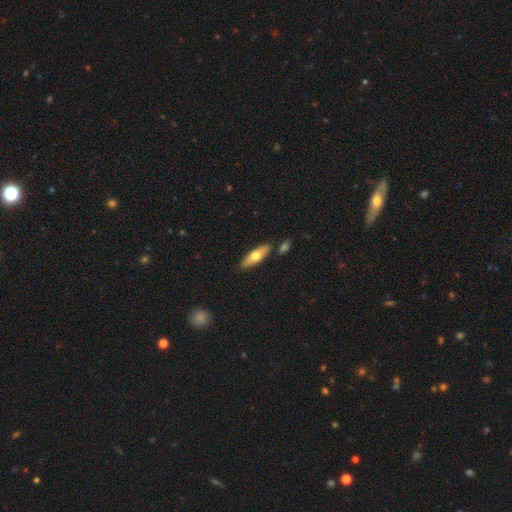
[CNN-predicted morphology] smooth 61%, featured or disk 34%, star or artifact 6%. Down the decision tree: how rounded — in between (53%); merging — none (83%).